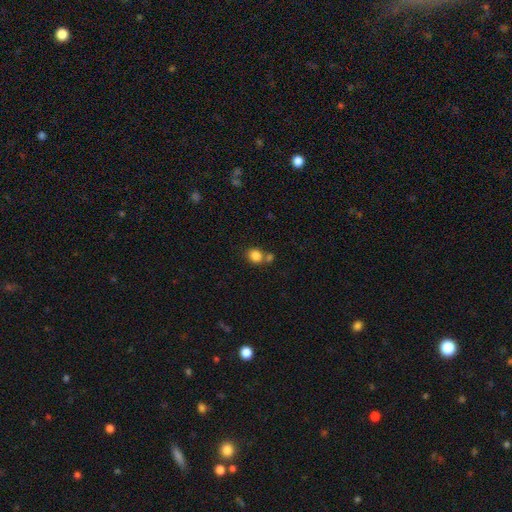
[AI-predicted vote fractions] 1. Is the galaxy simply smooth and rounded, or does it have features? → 84% smooth, 10% star or artifact, 6% featured or disk.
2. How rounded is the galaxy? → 74% round, 25% in between, 1% cigar-shaped.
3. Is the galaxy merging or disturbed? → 59% none, 28% merger, 10% minor disturbance, 4% major disturbance.